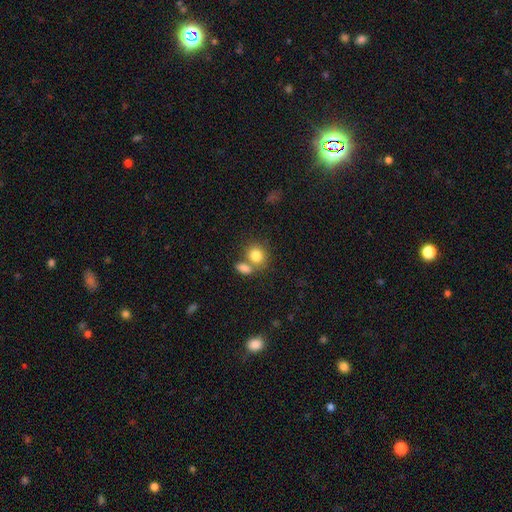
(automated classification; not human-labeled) Q: Smooth or featured?
A: smooth (82%); runner-up: star or artifact (9%)
Q: How rounded?
A: round (61%); runner-up: in between (38%)
Q: Merging?
A: none (49%); runner-up: merger (38%)